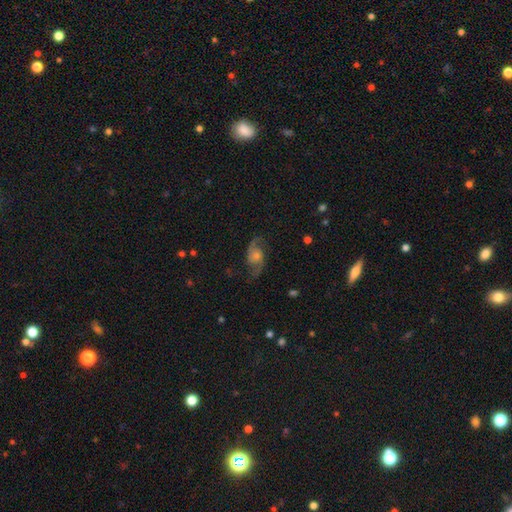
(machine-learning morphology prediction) Smooth or featured? Predicted: featured or disk (p=0.81). Edge-on disk? Predicted: no (p=0.96). Bar? Predicted: no (p=0.67). Spiral arms? Predicted: yes (p=0.96). Spiral winding? Predicted: loose (p=0.46). Spiral arm count? Predicted: 2 (p=0.91). Bulge size? Predicted: moderate (p=0.43). Merging? Predicted: none (p=0.75).